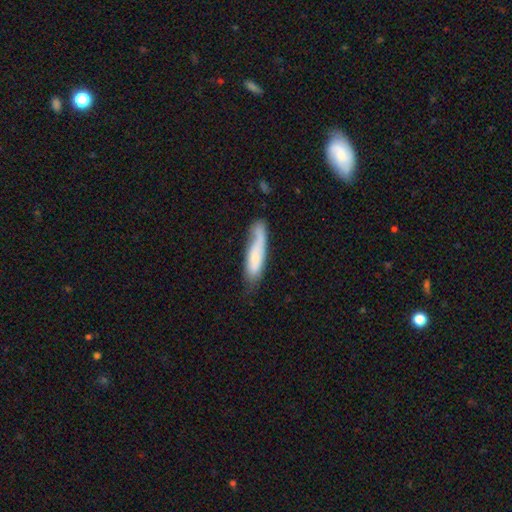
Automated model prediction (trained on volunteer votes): Smooth or featured: smooth — 60% (featured or disk — 34%)
How rounded: cigar-shaped — 72% (in between — 27%)
Merging: none — 52% (minor disturbance — 31%)